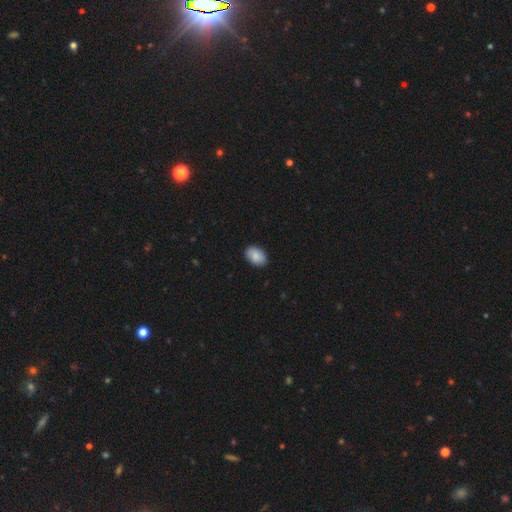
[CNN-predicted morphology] A smooth galaxy with no disk features (86%) that is in between round and cigar-shaped (84%). Merging: none (87%).